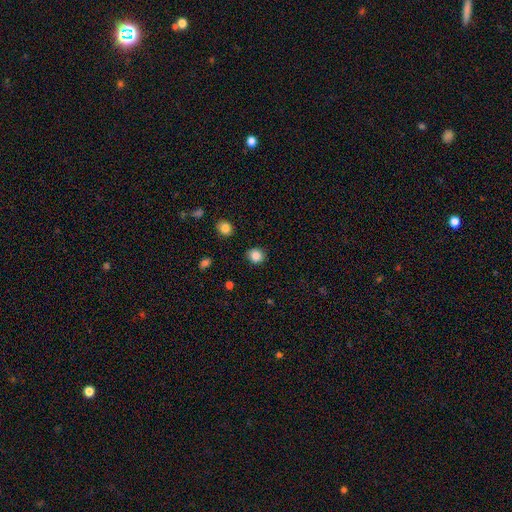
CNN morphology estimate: Q: Smooth or featured?
A: smooth (86%); runner-up: star or artifact (10%)
Q: How rounded?
A: round (76%); runner-up: in between (23%)
Q: Merging?
A: none (87%); runner-up: minor disturbance (9%)